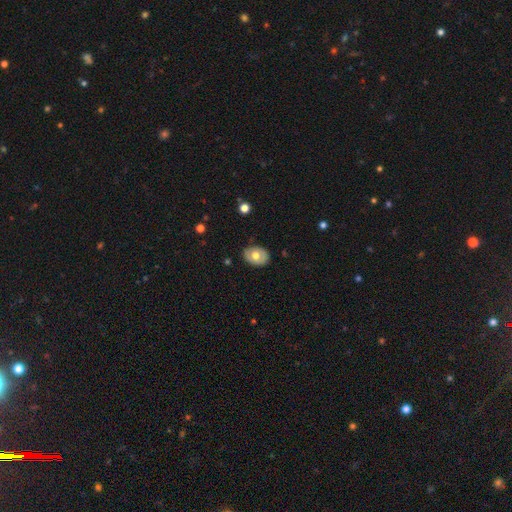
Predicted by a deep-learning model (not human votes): Smooth or featured?
  - smooth: 59% *
  - featured or disk: 34%
  - star or artifact: 7%
How rounded?
  - in between: 69% *
  - round: 30%
  - cigar-shaped: 1%
Merging?
  - none: 83% *
  - minor disturbance: 13%
  - major disturbance: 3%
  - merger: 1%